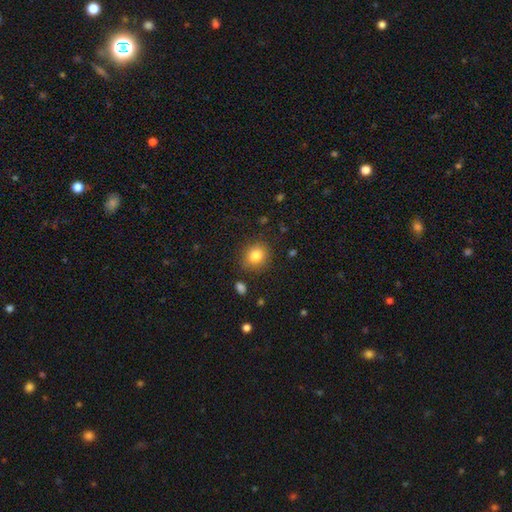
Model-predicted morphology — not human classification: Smooth or featured: smooth — 83% (star or artifact — 10%)
How rounded: round — 74% (in between — 25%)
Merging: none — 84% (minor disturbance — 10%)